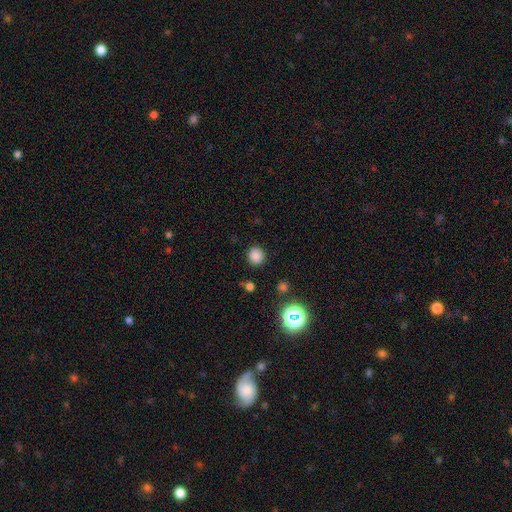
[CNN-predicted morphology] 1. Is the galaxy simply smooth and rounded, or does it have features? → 82% smooth, 14% star or artifact, 4% featured or disk.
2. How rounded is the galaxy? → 87% round, 12% in between, 1% cigar-shaped.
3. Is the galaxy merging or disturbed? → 89% none, 7% minor disturbance, 3% major disturbance, 2% merger.